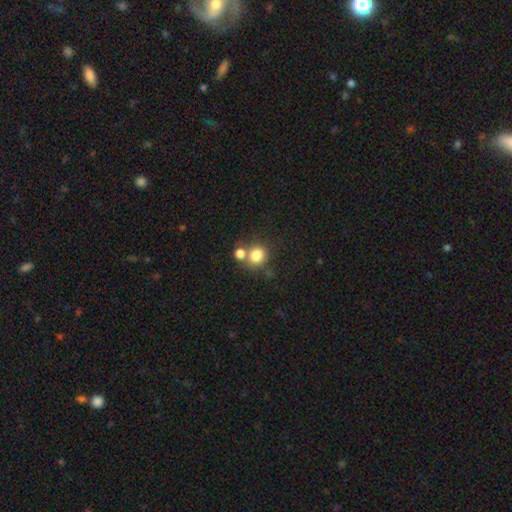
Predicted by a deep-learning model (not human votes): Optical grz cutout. It shows a smooth galaxy with no disk features (80%) that is round (75%). Merging: none (53%).